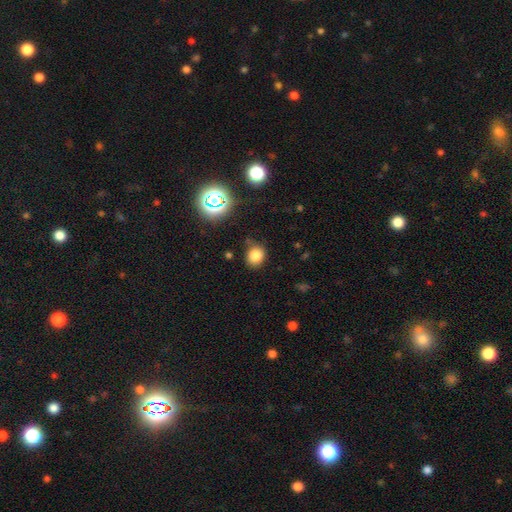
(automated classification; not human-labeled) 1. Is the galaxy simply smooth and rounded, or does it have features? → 79% smooth, 15% star or artifact, 6% featured or disk.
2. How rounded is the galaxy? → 67% round, 32% in between, 1% cigar-shaped.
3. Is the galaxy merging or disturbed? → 78% none, 15% minor disturbance, 4% major disturbance, 3% merger.